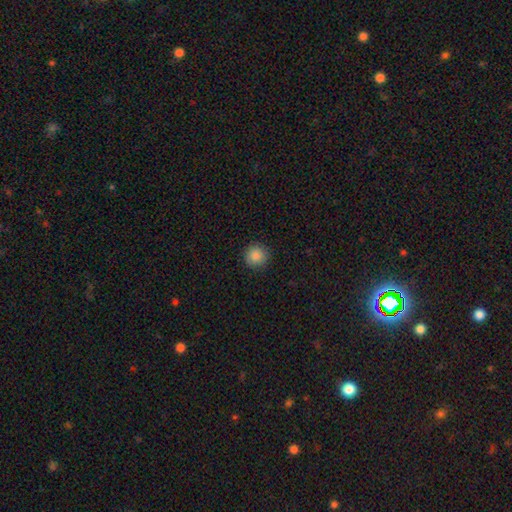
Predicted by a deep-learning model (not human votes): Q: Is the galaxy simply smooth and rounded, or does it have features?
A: smooth — 87%.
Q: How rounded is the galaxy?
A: round — 94%.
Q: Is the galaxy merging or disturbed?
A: none — 91%.